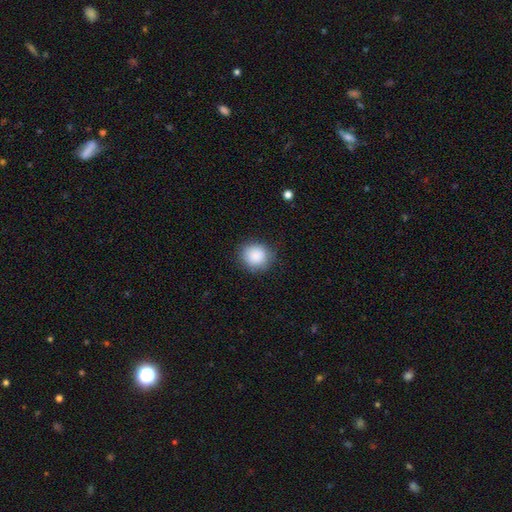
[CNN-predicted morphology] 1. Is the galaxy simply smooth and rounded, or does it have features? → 88% smooth, 8% star or artifact, 4% featured or disk.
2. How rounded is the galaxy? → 87% round, 12% in between, 1% cigar-shaped.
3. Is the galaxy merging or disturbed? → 85% none, 11% minor disturbance, 3% major disturbance, 1% merger.